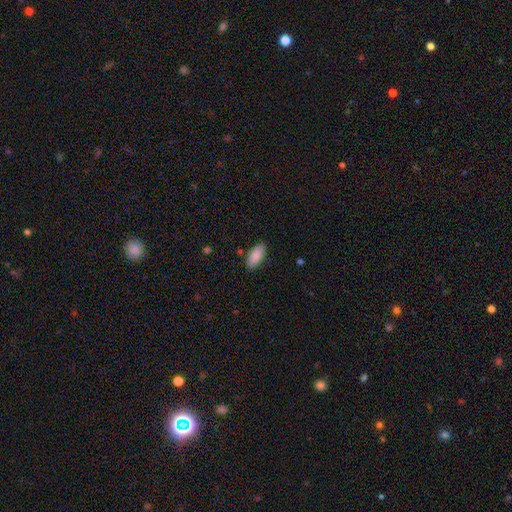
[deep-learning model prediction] smooth-or-featured: smooth: 84% | featured or disk: 10% | star or artifact: 6%
  how-rounded: in between: 89% | cigar-shaped: 9% | round: 2%
  merging: none: 85% | minor disturbance: 11% | major disturbance: 2% | merger: 2%